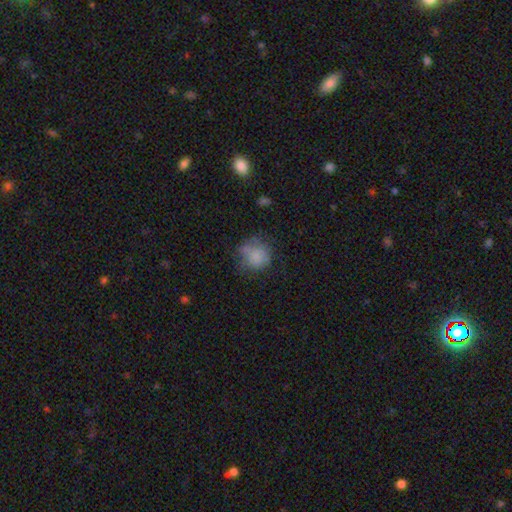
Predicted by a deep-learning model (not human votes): Smooth or featured? smooth (77%)
How rounded? round (84%)
Merging? none (55%)